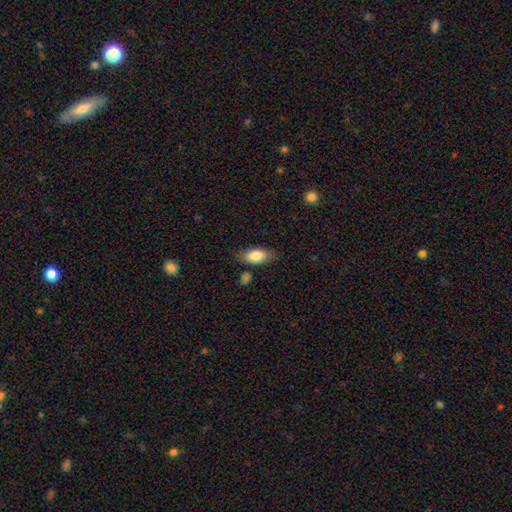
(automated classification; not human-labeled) smooth-or-featured: smooth: 81% | featured or disk: 13% | star or artifact: 7%
  how-rounded: in between: 88% | cigar-shaped: 8% | round: 4%
  merging: none: 74% | minor disturbance: 18% | major disturbance: 4% | merger: 4%